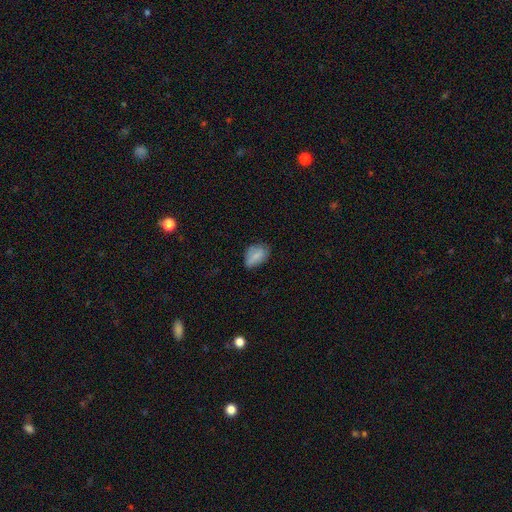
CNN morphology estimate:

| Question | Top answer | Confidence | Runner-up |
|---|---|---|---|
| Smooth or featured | smooth | 78% | featured or disk (14%) |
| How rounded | in between | 87% | round (11%) |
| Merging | none | 63% | minor disturbance (29%) |